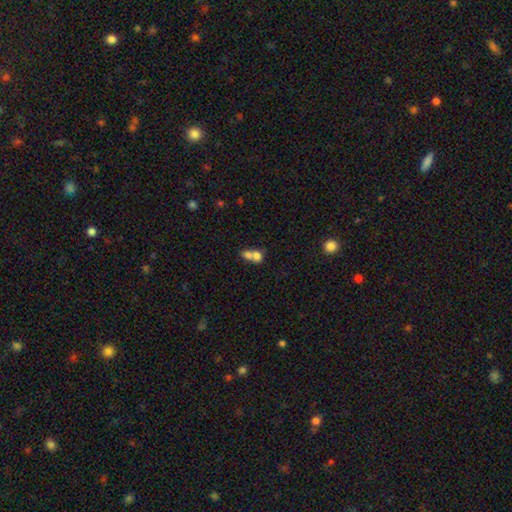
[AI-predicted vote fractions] This is likely a smooth galaxy (71%). How rounded: possibly round (57%). Merging: likely merger (73%).